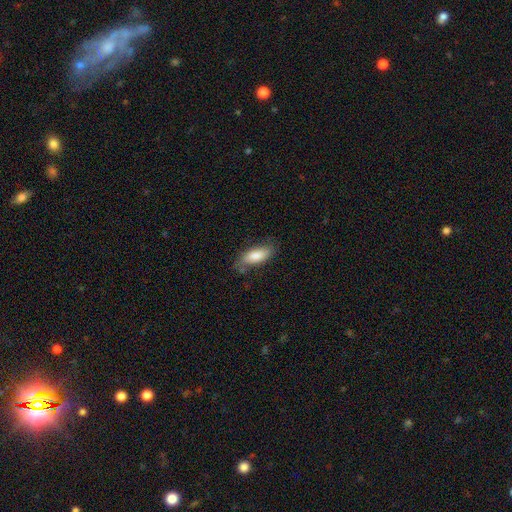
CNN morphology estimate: Overall: smooth (79%). How rounded: in between (77%). Merging: none (68%).